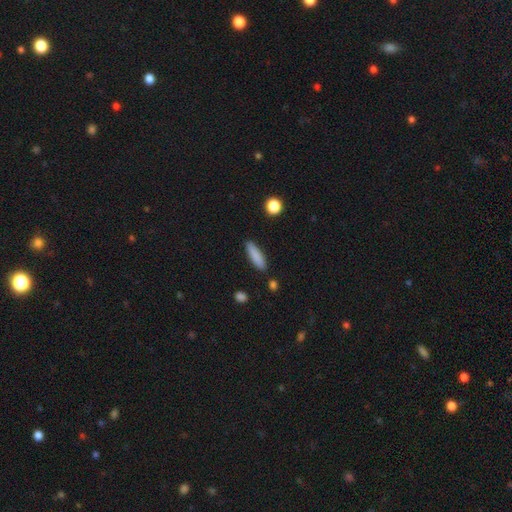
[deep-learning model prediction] This appears to be a smooth galaxy with no disk features (86%) that is cigar-shaped (67%). Merging: none (87%).